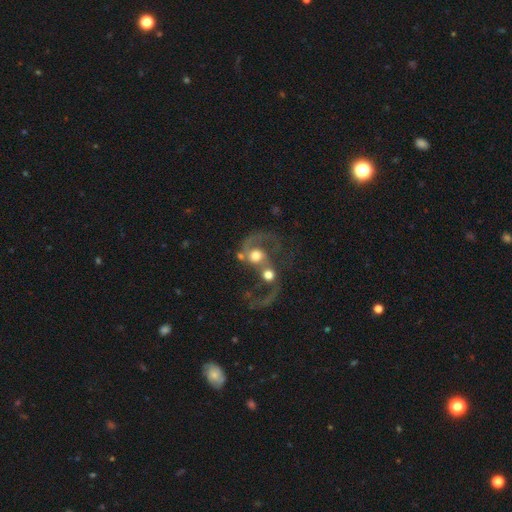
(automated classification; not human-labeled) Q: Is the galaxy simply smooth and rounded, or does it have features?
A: featured or disk — 63%.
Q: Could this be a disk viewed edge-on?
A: no — 97%.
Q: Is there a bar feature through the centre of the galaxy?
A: no — 77%.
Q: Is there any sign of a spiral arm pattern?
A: yes — 74%.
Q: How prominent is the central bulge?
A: moderate — 55%.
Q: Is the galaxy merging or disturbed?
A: merger — 68%.